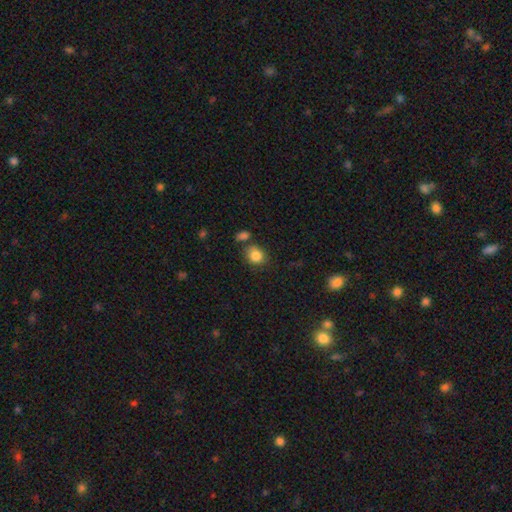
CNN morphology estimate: This is clearly a smooth galaxy (84%). How rounded: likely round (68%). Merging: likely none (70%).